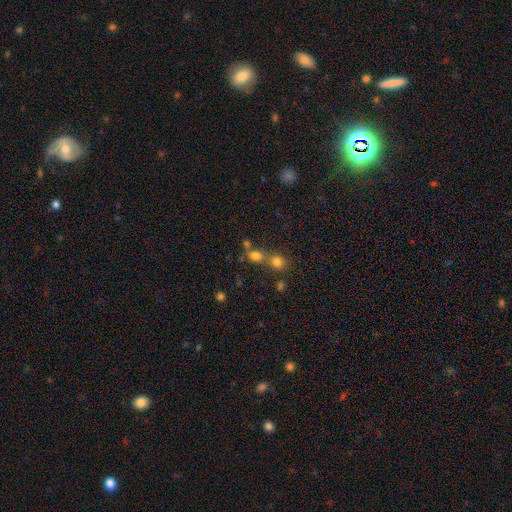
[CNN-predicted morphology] A smooth galaxy with no disk features (73%) that is round (57%). Merging: merger (46%).